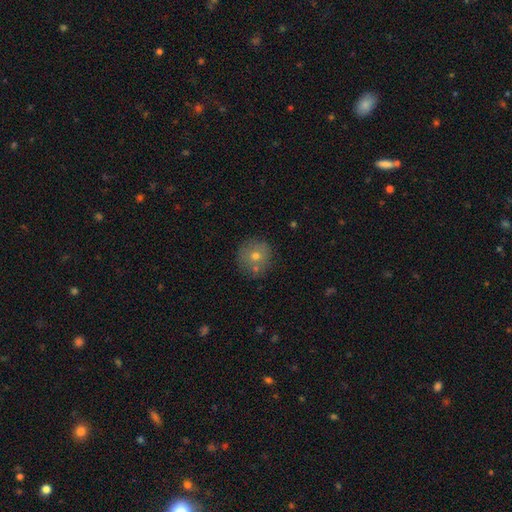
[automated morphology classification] smooth-or-featured: smooth: 67% | featured or disk: 19% | star or artifact: 14%
  how-rounded: round: 93% | in between: 6% | cigar-shaped: 1%
  merging: none: 76% | minor disturbance: 11% | merger: 9% | major disturbance: 3%